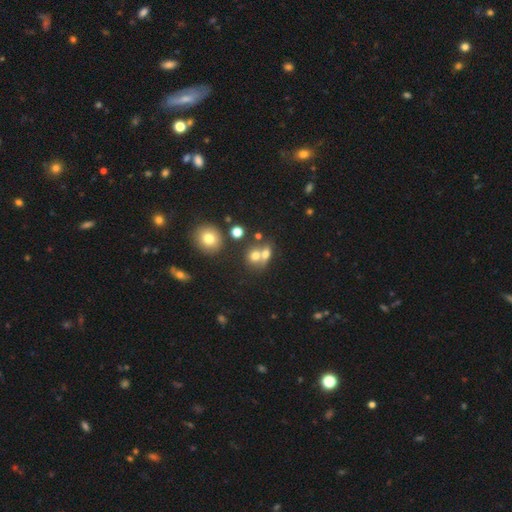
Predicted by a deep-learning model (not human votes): Smooth or featured? smooth (69%)
How rounded? round (69%)
Merging? merger (54%)